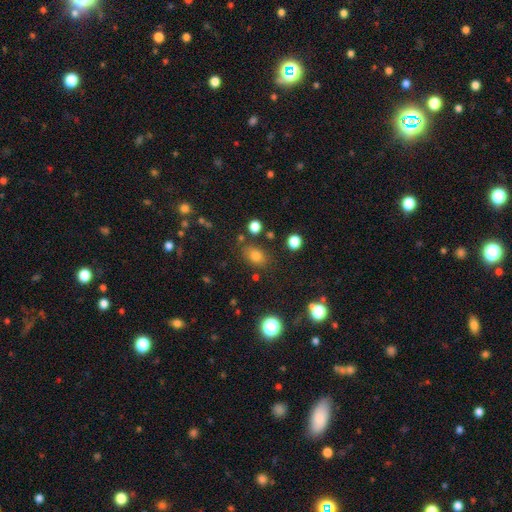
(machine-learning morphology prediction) A smooth galaxy with no disk features (71%) that is in between round and cigar-shaped (67%).

Vote fractions:
- Smooth or featured? smooth: 71% / star or artifact: 21% / featured or disk: 8%
- How rounded? in between: 67% / round: 31% / cigar-shaped: 2%
- Merging? none: 79% / minor disturbance: 12% / merger: 5% / major disturbance: 4%